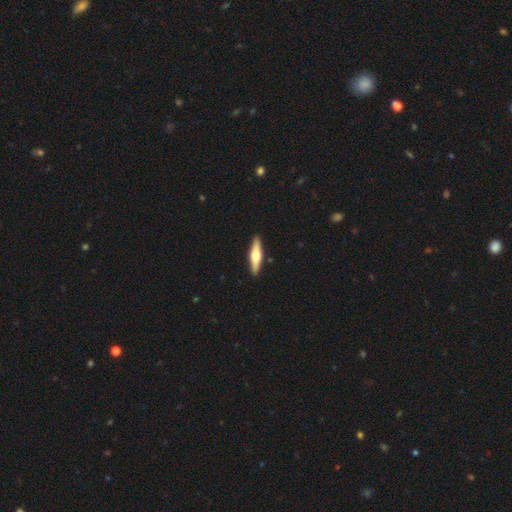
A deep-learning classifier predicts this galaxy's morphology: A featured or disk galaxy (51%) viewed edge-on (95%).

Vote fractions:
- Smooth or featured? featured or disk: 51% / smooth: 44% / star or artifact: 5%
- Edge-on disk? yes: 95% / no: 5%
- Merging? none: 91% / minor disturbance: 6% / major disturbance: 1% / merger: 1%